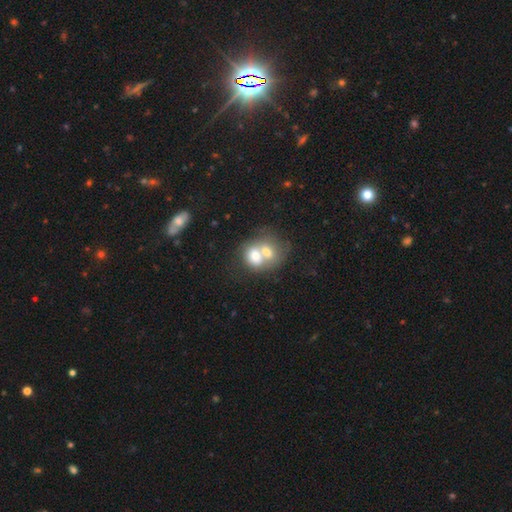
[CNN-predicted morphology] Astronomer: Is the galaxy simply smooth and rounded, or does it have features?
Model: smooth — 67%.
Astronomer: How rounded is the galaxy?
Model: round — 54% (runner-up: in between, 45%).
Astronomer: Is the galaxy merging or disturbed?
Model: merger — 75%.